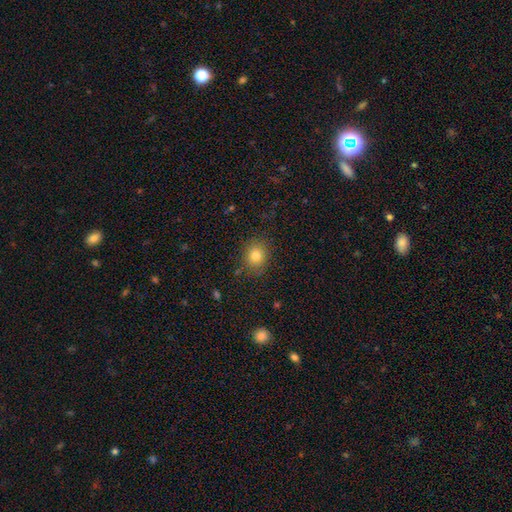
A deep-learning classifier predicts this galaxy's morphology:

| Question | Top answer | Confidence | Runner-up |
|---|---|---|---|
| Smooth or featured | smooth | 80% | star or artifact (13%) |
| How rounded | round | 70% | in between (29%) |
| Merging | none | 85% | minor disturbance (10%) |